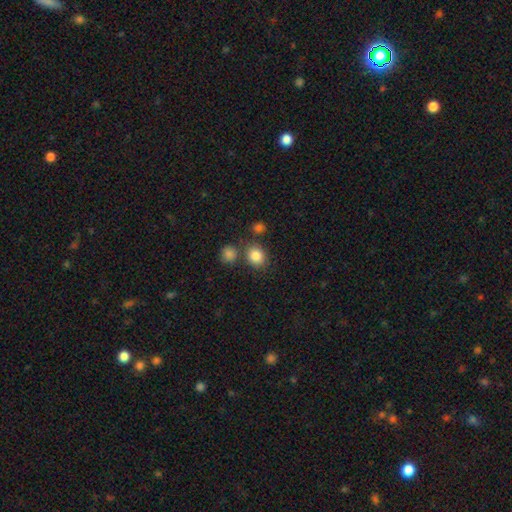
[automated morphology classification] Smooth or featured? Predicted: smooth (p=0.84). How rounded? Predicted: round (p=0.61). Merging? Predicted: none (p=0.71).